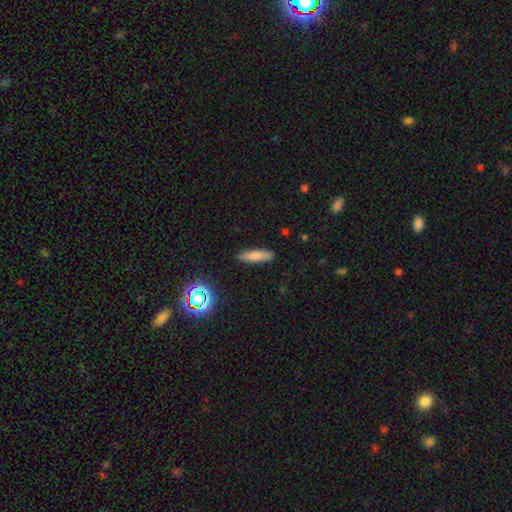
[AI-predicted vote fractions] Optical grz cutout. It shows a smooth galaxy with no disk features (76%) that is cigar-shaped (74%). Merging: none (88%).